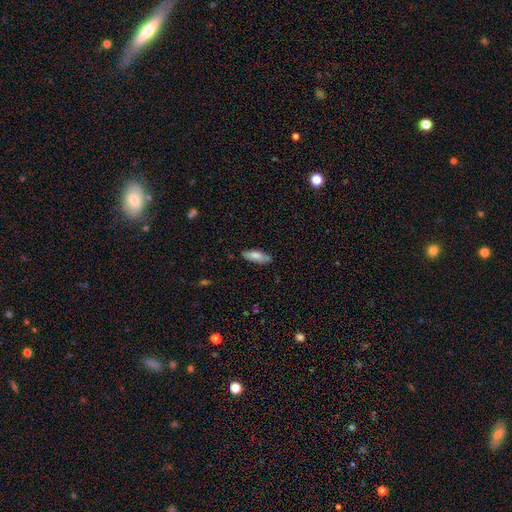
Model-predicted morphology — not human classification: A smooth galaxy with no disk features (78%) that is in between round and cigar-shaped (58%).

Vote fractions:
- Smooth or featured? smooth: 78% / featured or disk: 16% / star or artifact: 6%
- How rounded? in between: 58% / cigar-shaped: 40% / round: 2%
- Merging? none: 79% / minor disturbance: 16% / major disturbance: 3% / merger: 2%